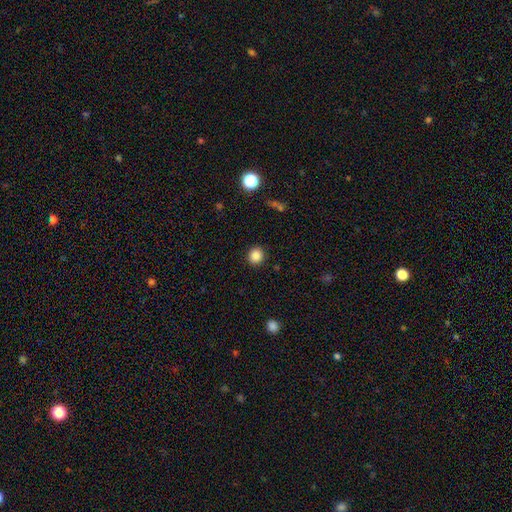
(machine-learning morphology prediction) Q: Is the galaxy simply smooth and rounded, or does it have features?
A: smooth — 85%.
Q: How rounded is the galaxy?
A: round — 87%.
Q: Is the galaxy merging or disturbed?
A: none — 91%.